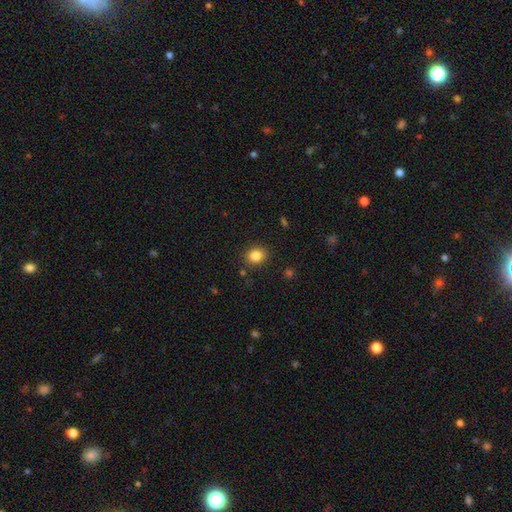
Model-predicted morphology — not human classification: The model was most divided on "how rounded": round: 60%, in between: 39%, cigar-shaped: 1%. More confident: merging — none (85%); smooth or featured — smooth (84%).